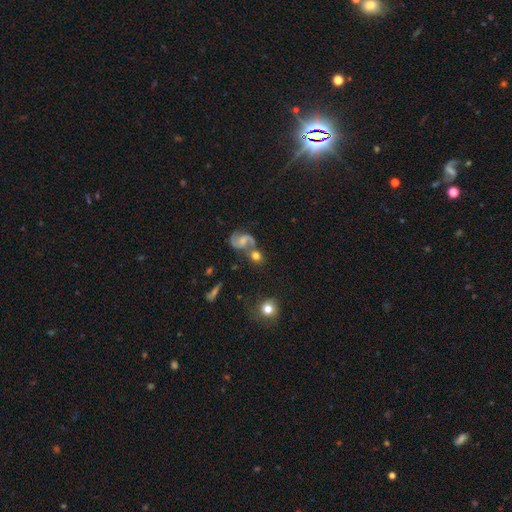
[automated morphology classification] Smooth or featured? smooth (46%)
Merging? none (48%)